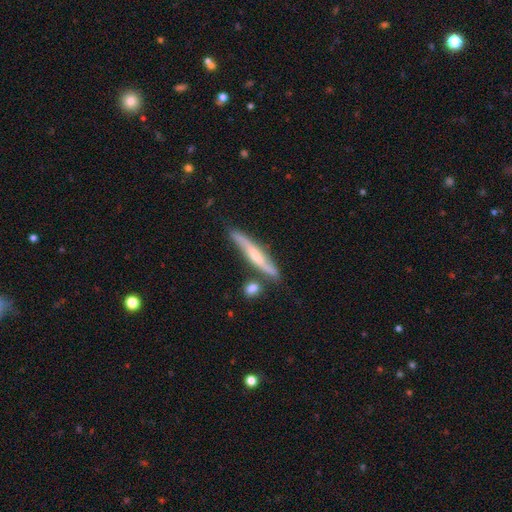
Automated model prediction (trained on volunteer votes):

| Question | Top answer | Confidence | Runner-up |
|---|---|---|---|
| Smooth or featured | featured or disk | 64% | smooth (30%) |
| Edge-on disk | yes | 77% | no (23%) |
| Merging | none | 69% | minor disturbance (18%) |